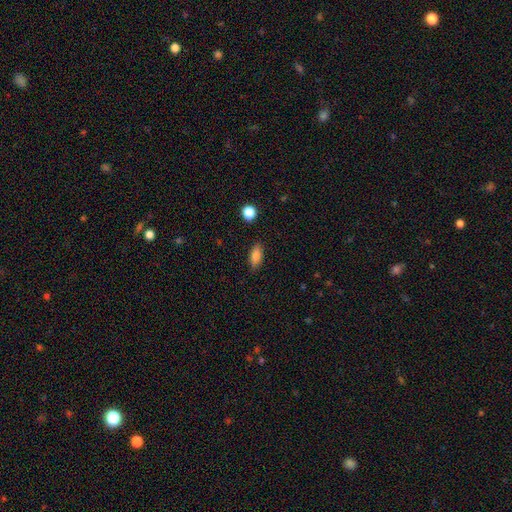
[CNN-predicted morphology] The model was most divided on "how rounded": in between: 81%, cigar-shaped: 14%, round: 4%. More confident: merging — none (85%); smooth or featured — smooth (83%).